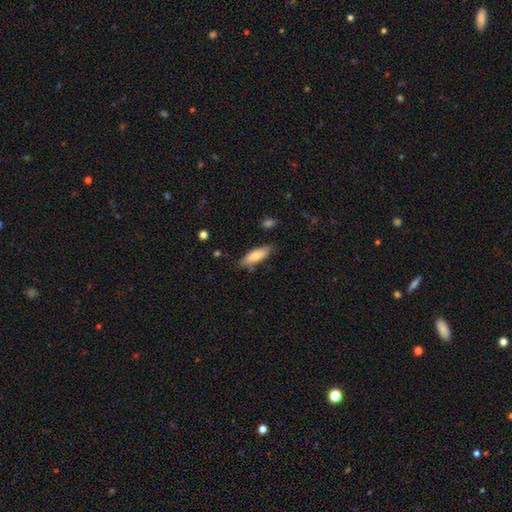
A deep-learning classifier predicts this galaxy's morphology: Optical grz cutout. It shows a smooth galaxy with no disk features (77%) that is in between round and cigar-shaped (58%). Merging: none (79%).